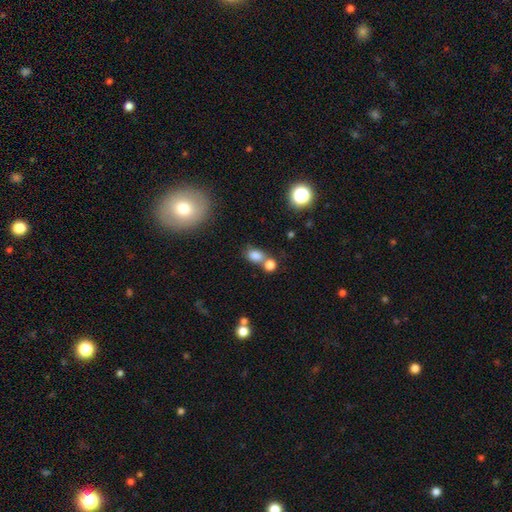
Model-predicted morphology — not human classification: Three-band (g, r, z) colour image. It shows a smooth galaxy with no disk features (79%) that is in between round and cigar-shaped (66%). Merging: none (46%).